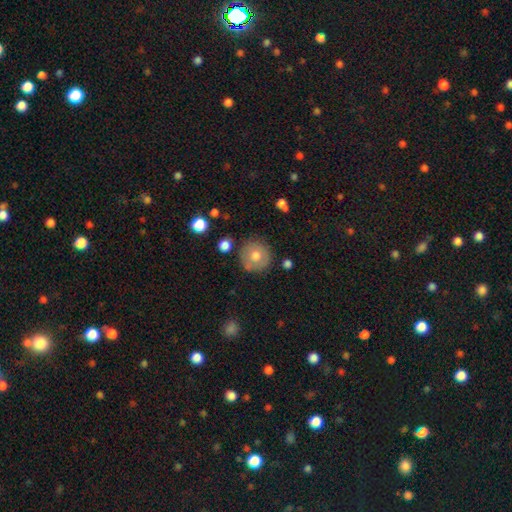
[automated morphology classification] This appears to be a smooth galaxy with no disk features (67%) that is round (93%). Merging: none (82%).